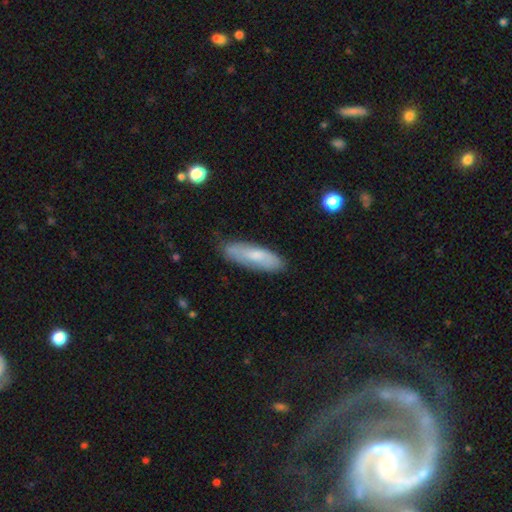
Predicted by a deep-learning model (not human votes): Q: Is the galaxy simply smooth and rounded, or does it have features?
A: smooth — 69%.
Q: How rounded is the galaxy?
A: cigar-shaped — 52%.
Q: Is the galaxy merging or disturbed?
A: none — 78%.